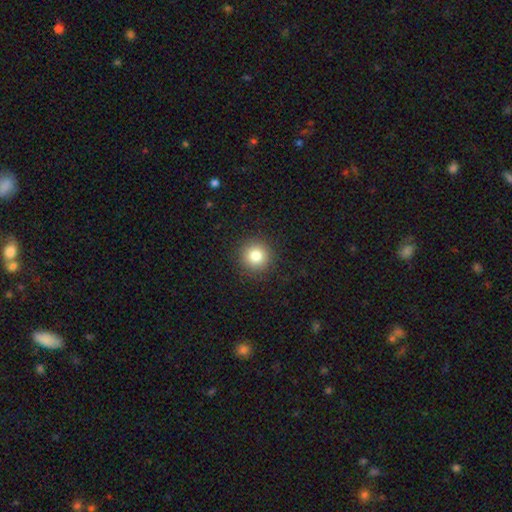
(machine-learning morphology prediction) This appears to be a smooth galaxy with no disk features (82%) that is round (95%). Merging: none (91%).